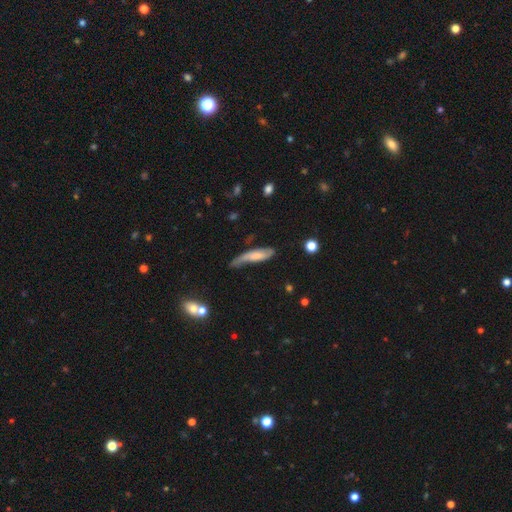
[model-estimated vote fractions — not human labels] Smooth or featured? Predicted: smooth (p=0.59). How rounded? Predicted: cigar-shaped (p=0.67). Merging? Predicted: minor disturbance (p=0.37).